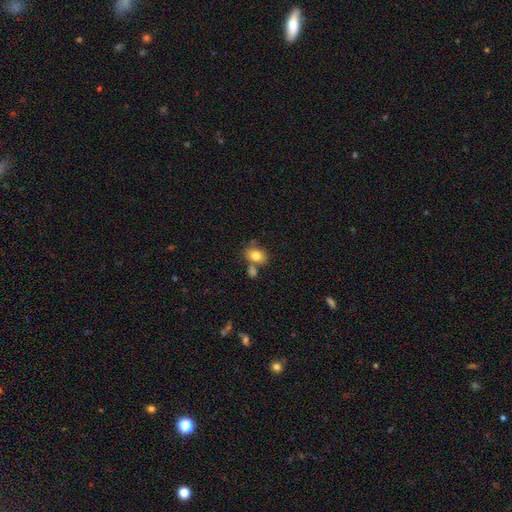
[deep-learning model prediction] This is clearly a smooth galaxy (81%). How rounded: likely in between (70%). Merging: possibly none (58%).